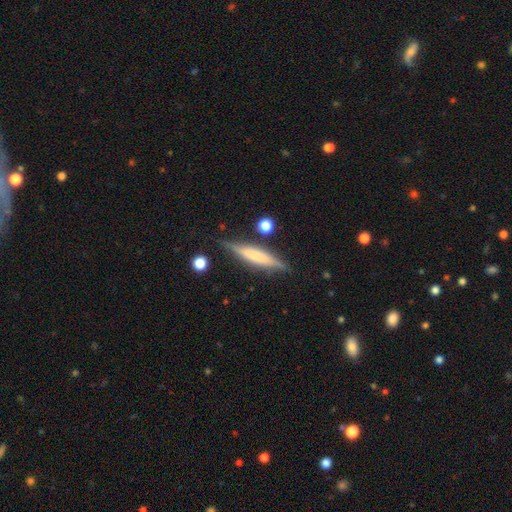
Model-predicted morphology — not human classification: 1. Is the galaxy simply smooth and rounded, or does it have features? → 49% featured or disk, 44% smooth, 7% star or artifact.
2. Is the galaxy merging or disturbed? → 82% none, 12% minor disturbance, 3% merger, 3% major disturbance.